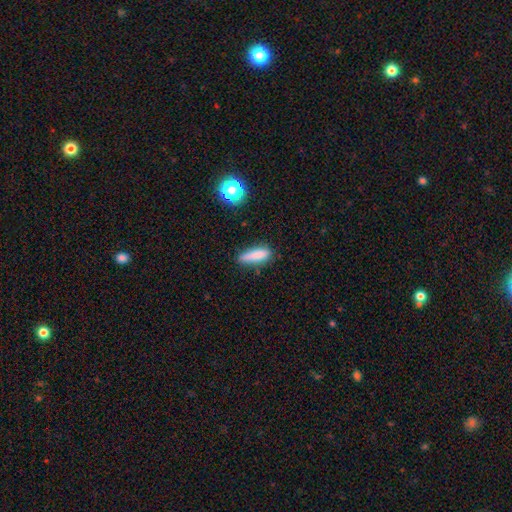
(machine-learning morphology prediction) Smooth or featured: smooth — 82% (featured or disk — 9%)
How rounded: cigar-shaped — 59% (in between — 39%)
Merging: none — 68% (minor disturbance — 23%)